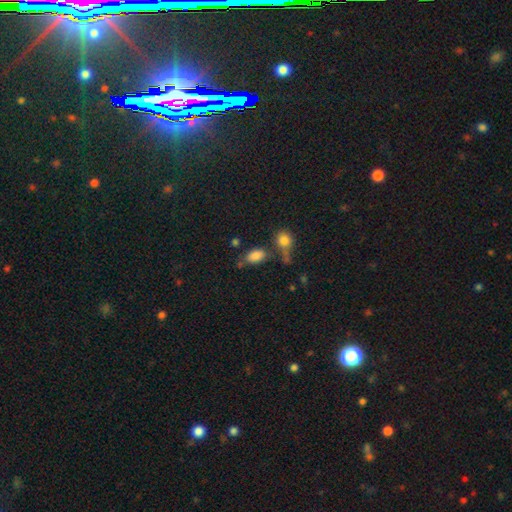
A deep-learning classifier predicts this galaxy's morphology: The model was most divided on "merging": none: 58%, merger: 19%, minor disturbance: 16%, major disturbance: 7%. More confident: how rounded — in between (89%); smooth or featured — smooth (84%).